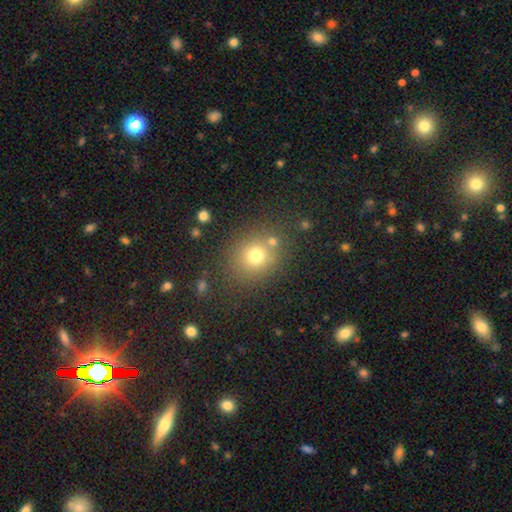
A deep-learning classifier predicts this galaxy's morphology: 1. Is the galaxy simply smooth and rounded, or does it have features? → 72% smooth, 17% star or artifact, 11% featured or disk.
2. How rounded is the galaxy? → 75% round, 24% in between, 1% cigar-shaped.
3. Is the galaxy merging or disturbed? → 74% none, 11% minor disturbance, 10% merger, 5% major disturbance.